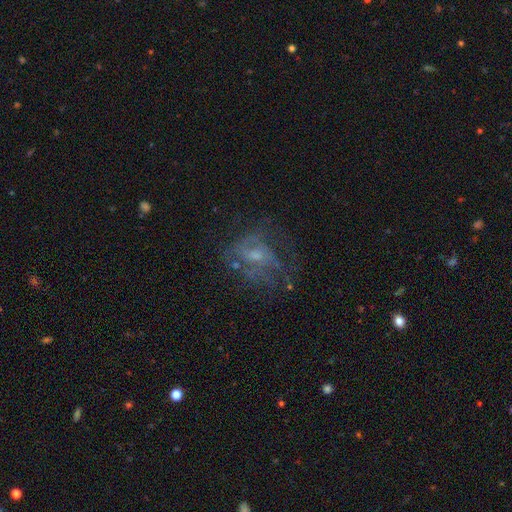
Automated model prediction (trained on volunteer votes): smooth_or_featured: featured or disk (p=0.64) [alt: smooth p=0.22]
disk_edge_on: no (p=0.97) [alt: yes p=0.03]
bar: no (p=0.66) [alt: weak p=0.30]
has_spiral_arms: yes (p=0.59) [alt: no p=0.41]
bulge_size: small (p=0.51) [alt: moderate p=0.34]
merging: none (p=0.50) [alt: major disturbance p=0.28]